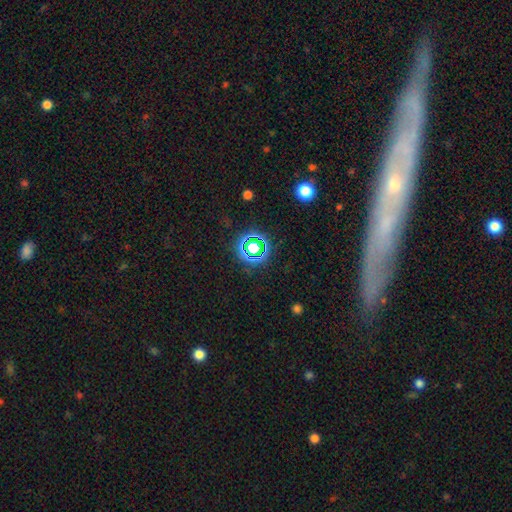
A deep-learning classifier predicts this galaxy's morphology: Smooth or featured?
  - featured or disk: 44% *
  - smooth: 32%
  - star or artifact: 24%
Merging?
  - none: 84% *
  - minor disturbance: 9%
  - major disturbance: 3%
  - merger: 3%